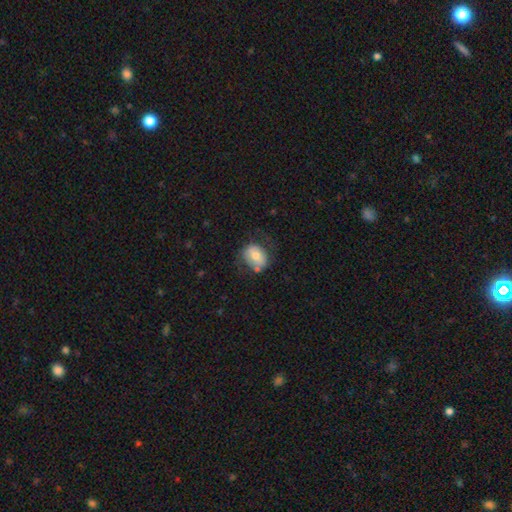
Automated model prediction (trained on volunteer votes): Overall: smooth (65%; featured or disk 27%). How rounded: in between (53%; round 46%). Merging: none (54%; minor disturbance 24%).